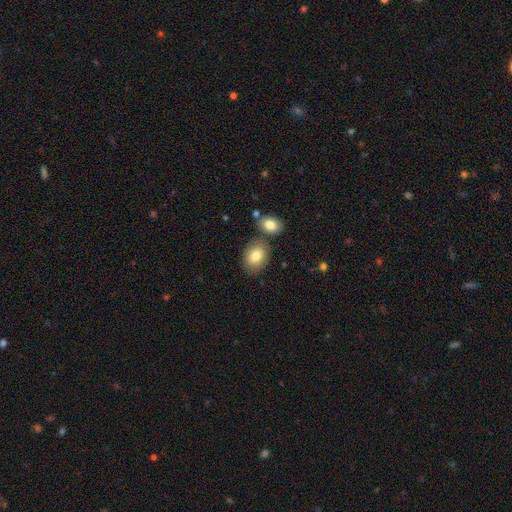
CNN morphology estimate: Smooth or featured: smooth — 80% (featured or disk — 12%)
How rounded: in between — 72% (round — 27%)
Merging: none — 70% (merger — 15%)